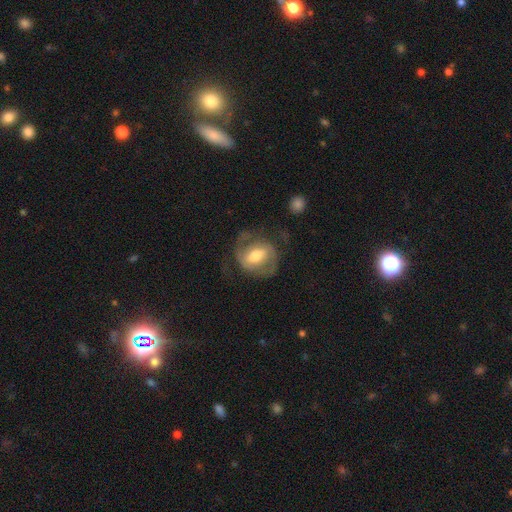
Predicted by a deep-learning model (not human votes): This appears to be a featured or disk galaxy (72%) with a weak bar (46%), 2 (83%) medium (51%) spiral arms (85%) and a moderate central bulge (62%). Merging: none (60%).